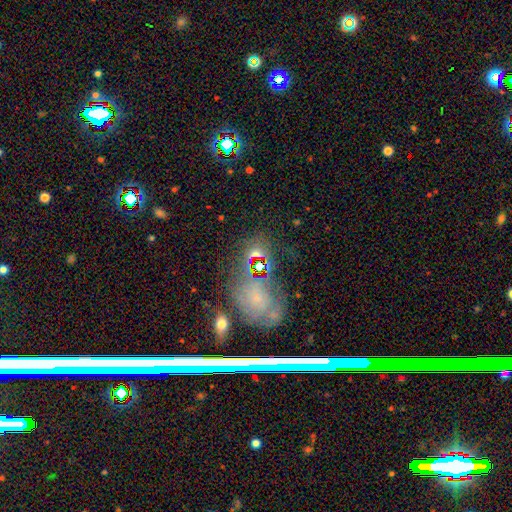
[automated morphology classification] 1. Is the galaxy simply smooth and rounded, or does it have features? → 43% star or artifact, 36% smooth, 22% featured or disk.